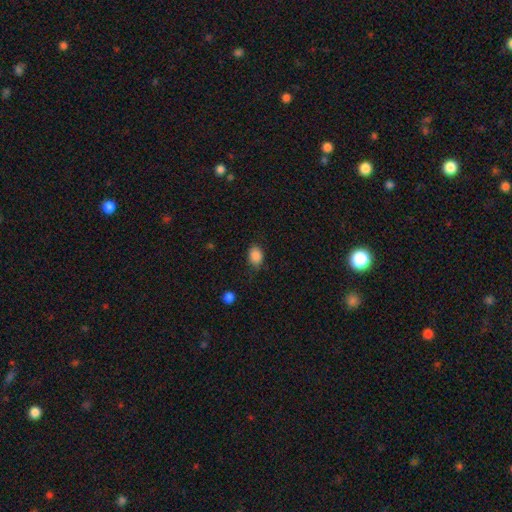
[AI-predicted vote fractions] Smooth or featured: smooth — 86% (star or artifact — 9%)
How rounded: in between — 67% (round — 32%)
Merging: none — 74% (minor disturbance — 20%)